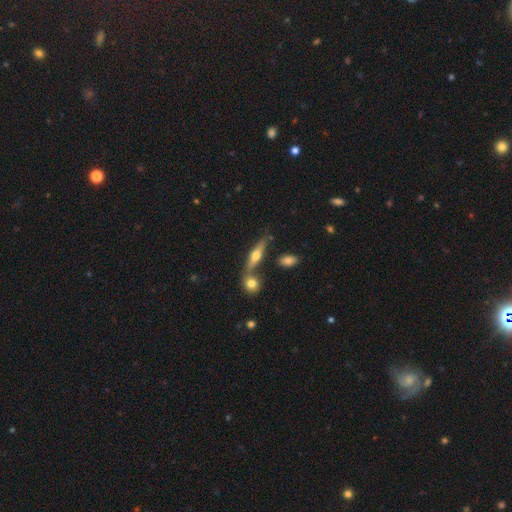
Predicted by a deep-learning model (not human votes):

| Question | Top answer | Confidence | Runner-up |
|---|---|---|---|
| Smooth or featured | featured or disk | 54% | smooth (39%) |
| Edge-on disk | yes | 90% | no (10%) |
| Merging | none | 63% | merger (22%) |